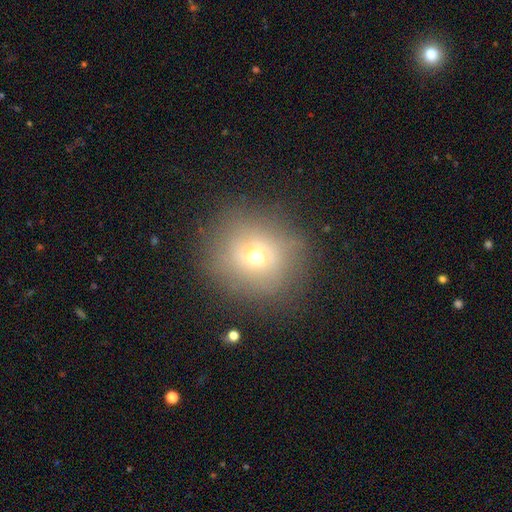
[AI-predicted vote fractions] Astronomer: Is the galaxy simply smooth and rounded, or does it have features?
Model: smooth — 61%.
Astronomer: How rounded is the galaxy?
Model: round — 90%.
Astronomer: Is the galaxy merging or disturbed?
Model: none — 79%.